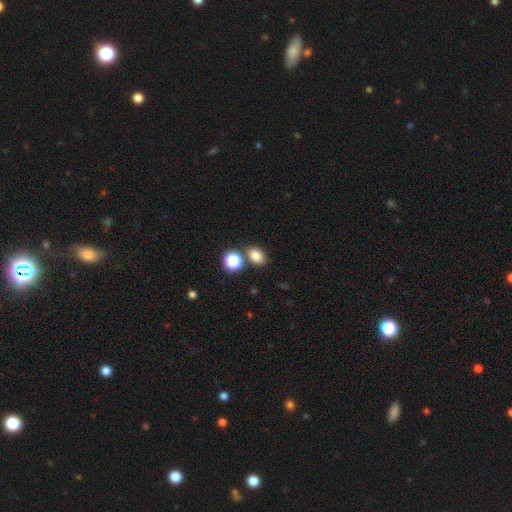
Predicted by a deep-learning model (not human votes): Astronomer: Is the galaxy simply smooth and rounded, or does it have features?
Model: smooth — 81%.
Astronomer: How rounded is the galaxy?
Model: in between — 64%.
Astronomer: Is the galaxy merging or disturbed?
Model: none — 74%.